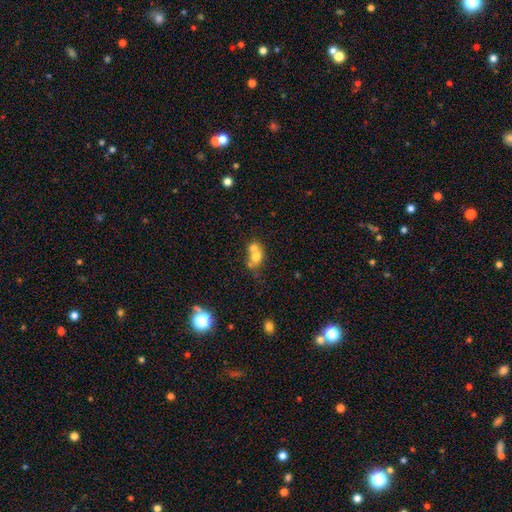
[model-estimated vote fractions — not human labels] A smooth galaxy with no disk features (66%) that is round (59%). Merging: merger (63%).